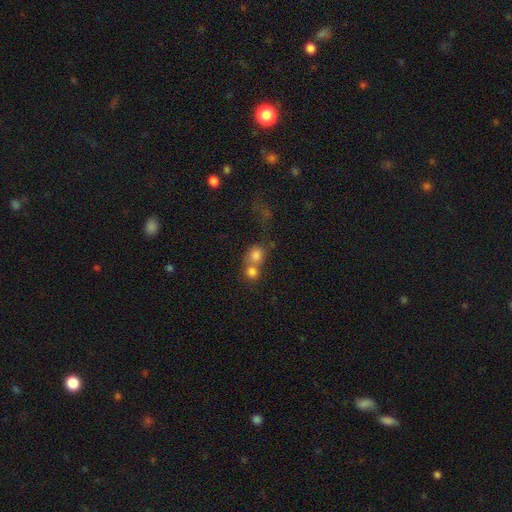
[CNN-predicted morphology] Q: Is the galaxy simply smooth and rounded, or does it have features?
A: smooth — 78%.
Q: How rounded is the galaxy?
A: round — 80%.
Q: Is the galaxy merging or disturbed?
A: merger — 59%.